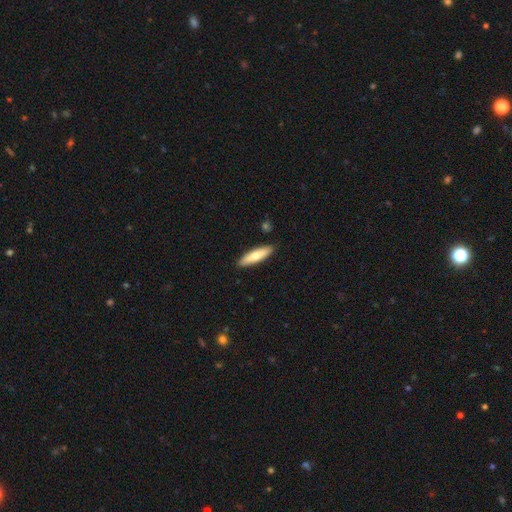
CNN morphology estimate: The model was most divided on "how rounded": cigar-shaped: 67%, in between: 32%, round: 2%. More confident: merging — none (89%); smooth or featured — smooth (68%).